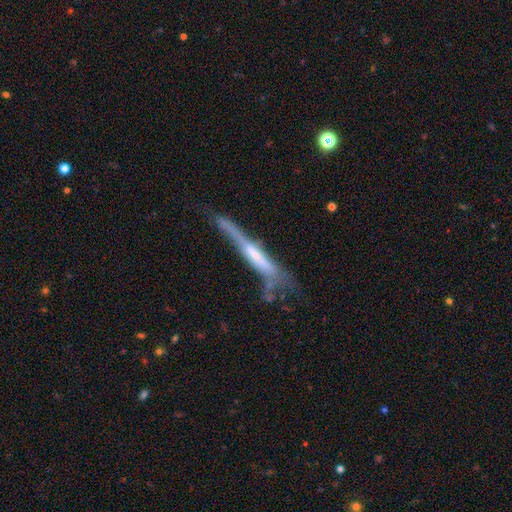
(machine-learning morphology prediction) type=featured or disk (58%); edge-on=yes (83%); merging=none (37%).